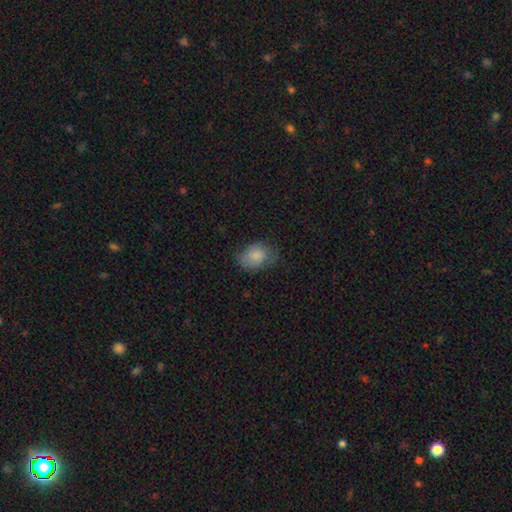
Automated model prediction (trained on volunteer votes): Morphology: type=smooth (81%); roundness=in between (74%); merging=none (57%).